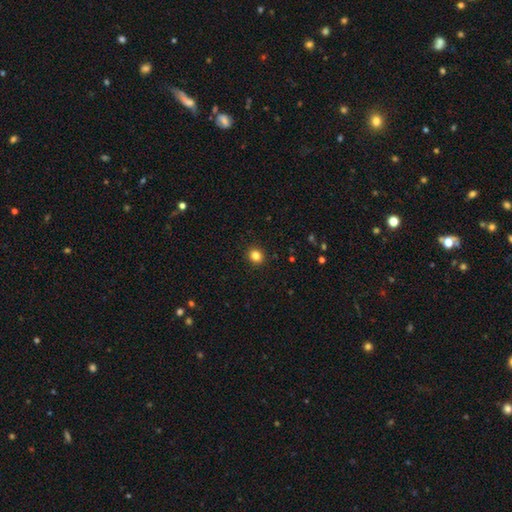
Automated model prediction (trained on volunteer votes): Smooth or featured?
  - smooth: 84% *
  - star or artifact: 11%
  - featured or disk: 5%
How rounded?
  - round: 81% *
  - in between: 18%
  - cigar-shaped: 1%
Merging?
  - none: 92% *
  - minor disturbance: 5%
  - major disturbance: 2%
  - merger: 1%